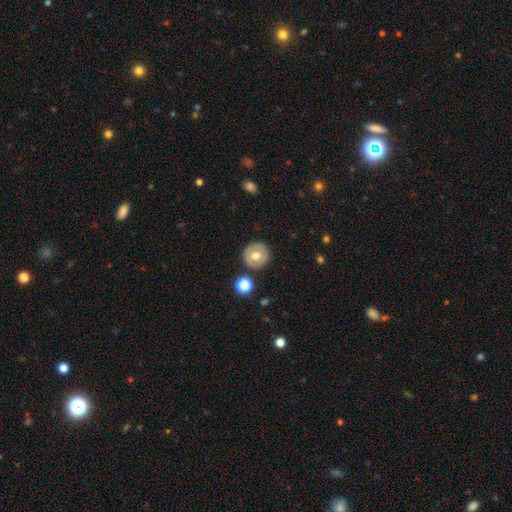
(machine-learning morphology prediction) This appears to be a smooth galaxy with no disk features (65%) that is round (94%). Merging: none (87%).